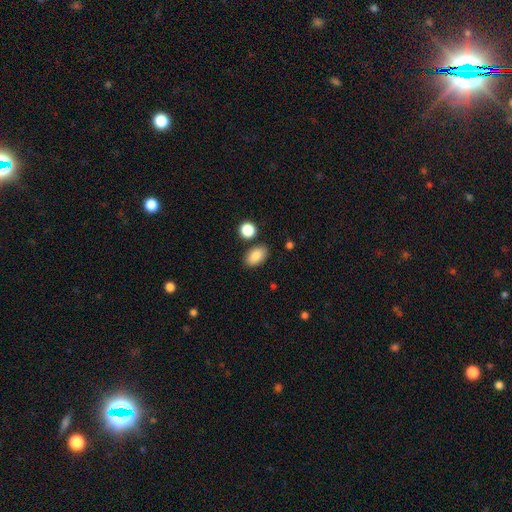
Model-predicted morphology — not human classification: Smooth or featured? smooth (87%)
How rounded? in between (91%)
Merging? none (83%)